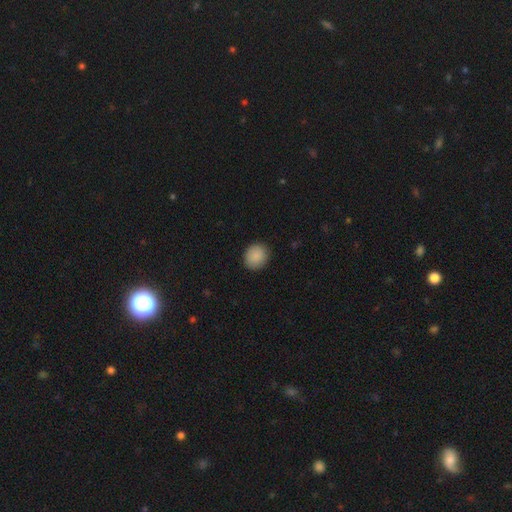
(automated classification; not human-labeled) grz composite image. It shows a smooth galaxy with no disk features (89%) that is round (80%). Merging: none (89%).